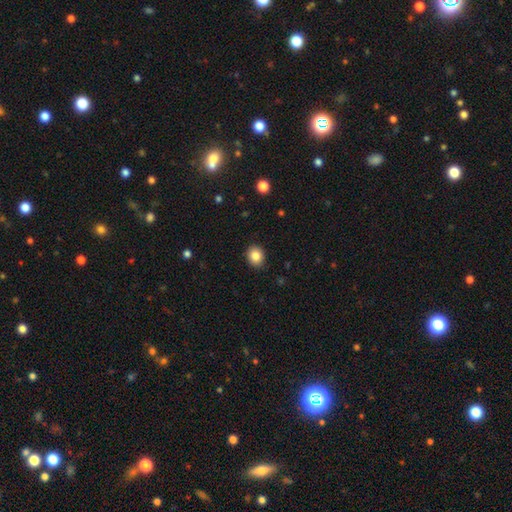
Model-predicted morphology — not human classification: type=smooth (85%); roundness=round (65%); merging=none (90%).